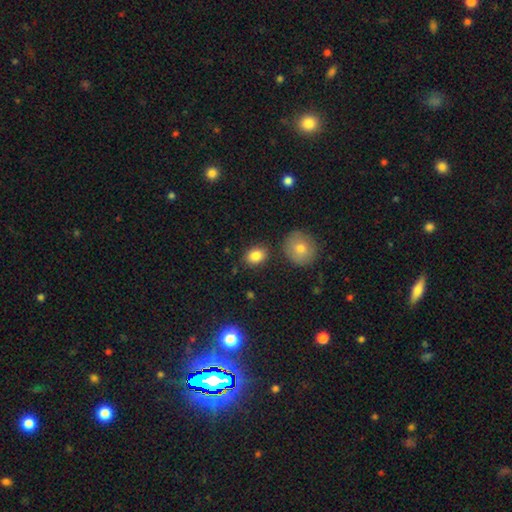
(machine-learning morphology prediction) Smooth or featured? Predicted: smooth (p=0.85). How rounded? Predicted: in between (p=0.63). Merging? Predicted: none (p=0.81).